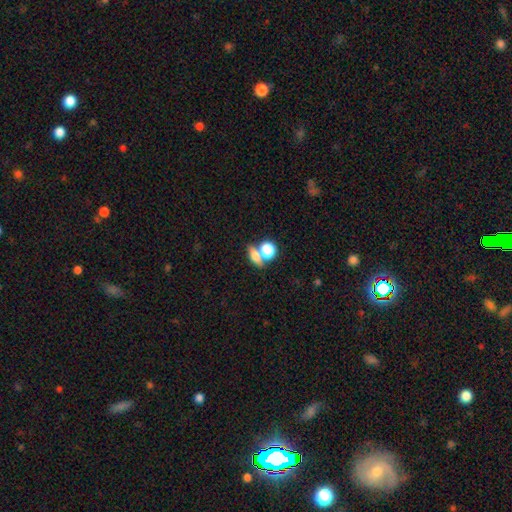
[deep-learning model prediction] Smooth or featured: smooth — 70% (featured or disk — 17%)
How rounded: in between — 54% (round — 32%)
Merging: none — 47% (merger — 39%)